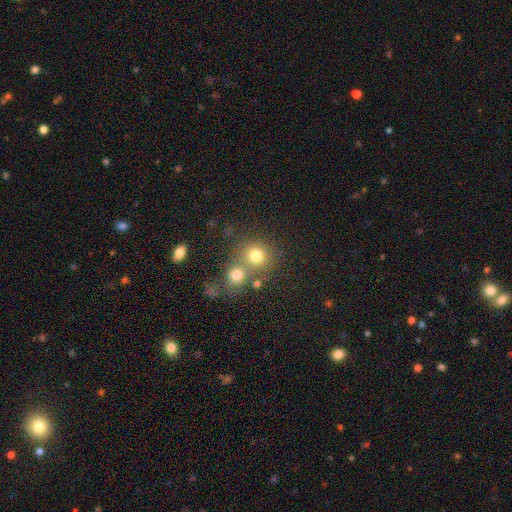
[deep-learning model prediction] Overall: smooth (75%). How rounded: round (88%). Merging: none (54%; merger 34%).